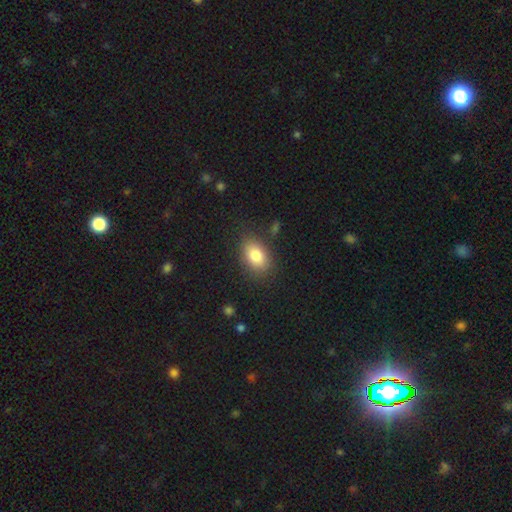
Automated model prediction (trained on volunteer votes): smooth-or-featured: smooth: 83% | featured or disk: 9% | star or artifact: 8%
  how-rounded: in between: 84% | round: 14% | cigar-shaped: 2%
  merging: none: 82% | minor disturbance: 12% | major disturbance: 4% | merger: 2%